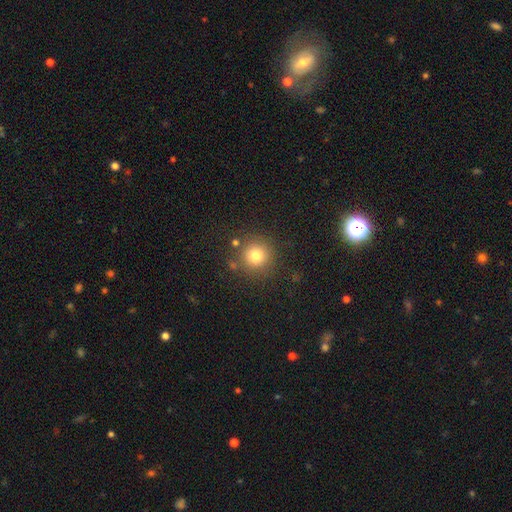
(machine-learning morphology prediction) Q: Smooth or featured?
A: smooth (78%); runner-up: star or artifact (14%)
Q: How rounded?
A: round (94%); runner-up: in between (5%)
Q: Merging?
A: none (84%); runner-up: minor disturbance (8%)